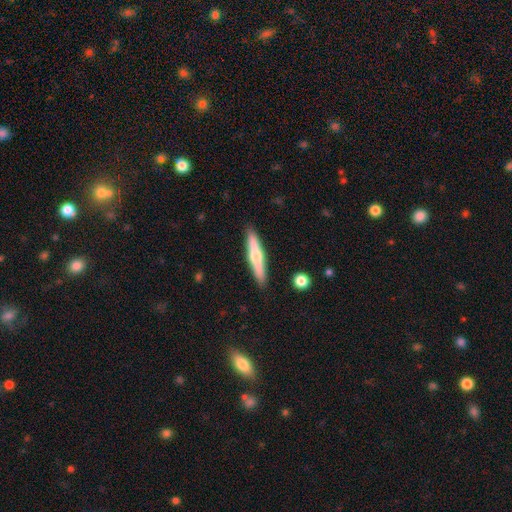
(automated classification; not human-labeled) Smooth or featured: featured or disk — 54% (smooth — 40%)
Edge-on disk: yes — 96% (no — 4%)
Edge-on bulge: rounded — 88% (none — 7%)
Merging: none — 89% (minor disturbance — 7%)